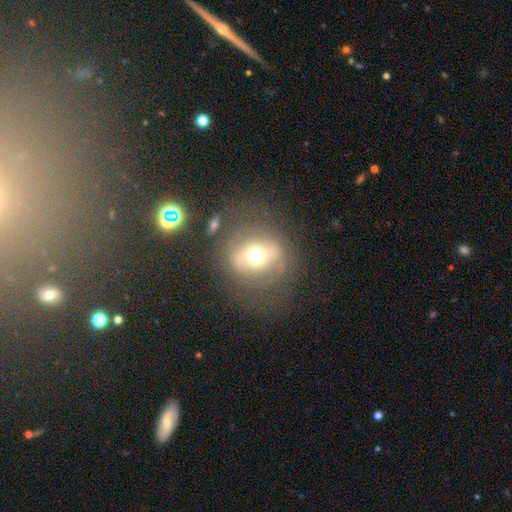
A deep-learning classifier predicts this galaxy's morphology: Smooth or featured?
  - smooth: 47% *
  - featured or disk: 41%
  - star or artifact: 11%
Merging?
  - none: 68% *
  - minor disturbance: 15%
  - major disturbance: 13%
  - merger: 4%